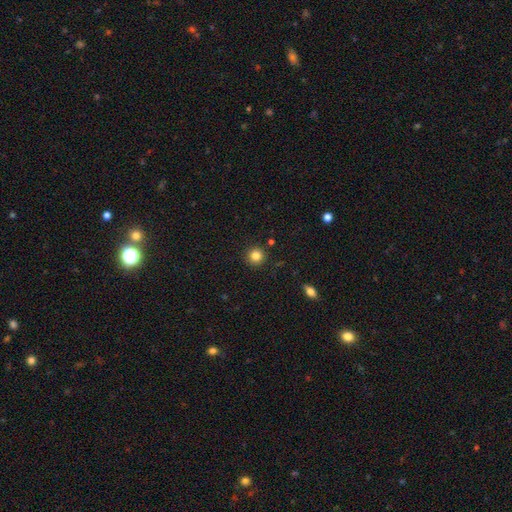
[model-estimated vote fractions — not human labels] A smooth galaxy with no disk features (83%) that is round (94%). Merging: none (90%).